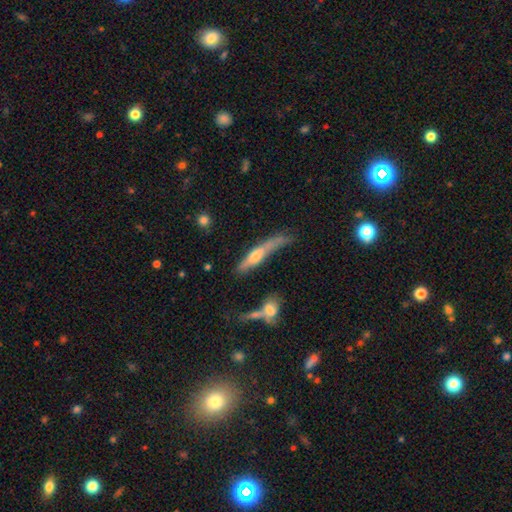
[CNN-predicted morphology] Smooth or featured? Predicted: featured or disk (p=0.49). Merging? Predicted: none (p=0.39).